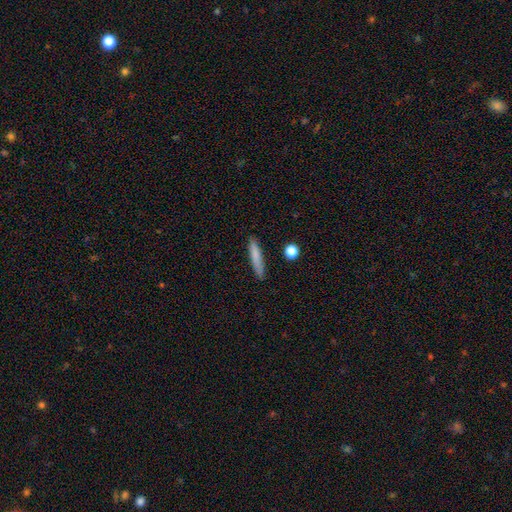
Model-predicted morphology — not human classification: type=smooth (78%); roundness=cigar-shaped (90%); merging=none (86%).